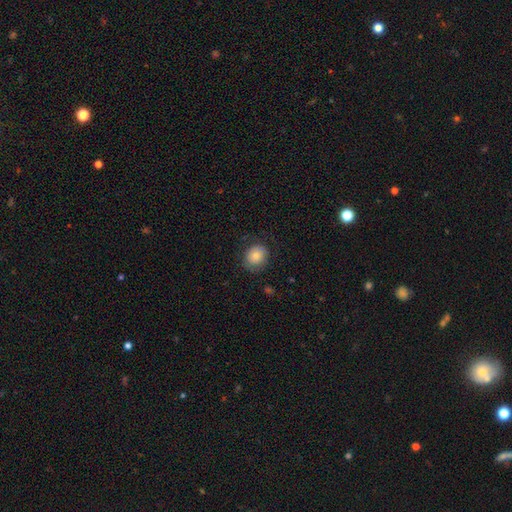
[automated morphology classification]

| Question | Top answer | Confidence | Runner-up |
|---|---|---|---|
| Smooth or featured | smooth | 81% | featured or disk (11%) |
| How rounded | round | 70% | in between (29%) |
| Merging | none | 75% | minor disturbance (17%) |